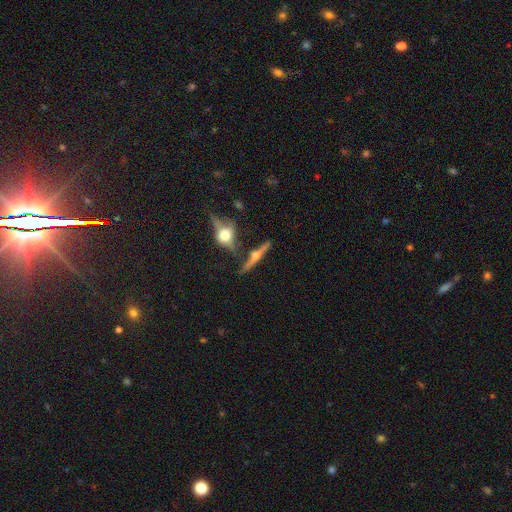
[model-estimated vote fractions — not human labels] A featured or disk galaxy (73%) viewed edge-on (95%) with a rounded central bulge (91%). Merging: none (69%).